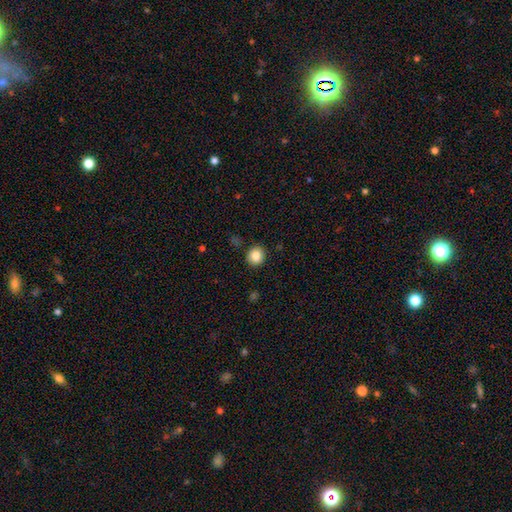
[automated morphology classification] A smooth galaxy with no disk features (84%) that is round (86%). Merging: none (90%).